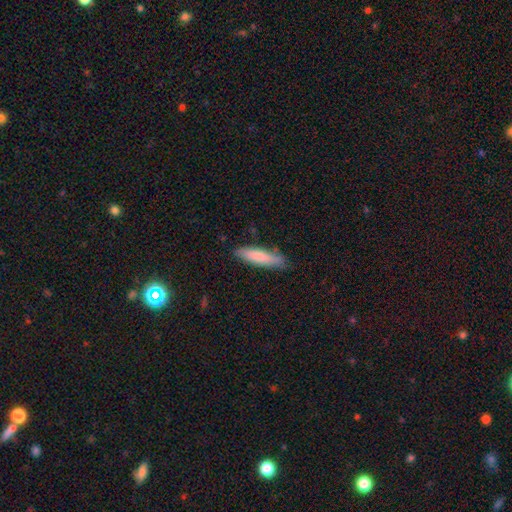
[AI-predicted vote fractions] Smooth or featured? Predicted: smooth (p=0.75). How rounded? Predicted: cigar-shaped (p=0.80). Merging? Predicted: none (p=0.81).